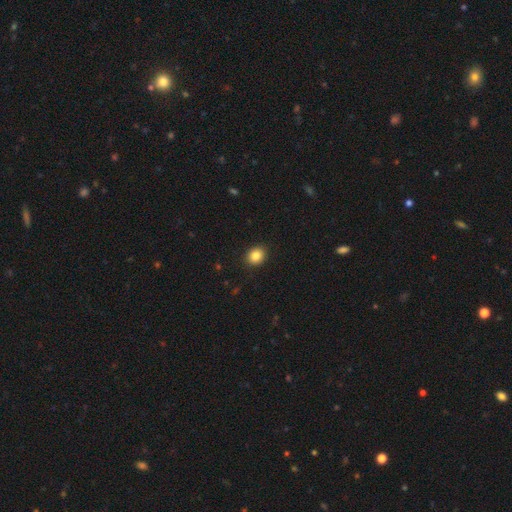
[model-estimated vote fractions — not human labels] Smooth or featured?
  - smooth: 86% *
  - star or artifact: 10%
  - featured or disk: 5%
How rounded?
  - round: 67% *
  - in between: 32%
  - cigar-shaped: 1%
Merging?
  - none: 91% *
  - minor disturbance: 6%
  - major disturbance: 2%
  - merger: 1%